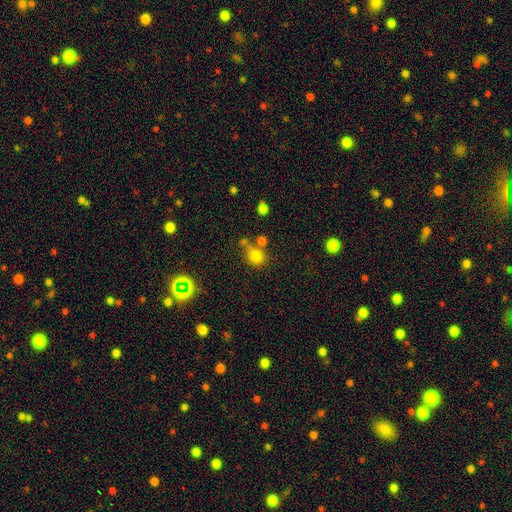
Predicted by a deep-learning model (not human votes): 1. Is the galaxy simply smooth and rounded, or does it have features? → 77% smooth, 16% star or artifact, 7% featured or disk.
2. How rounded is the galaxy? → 80% round, 19% in between, 1% cigar-shaped.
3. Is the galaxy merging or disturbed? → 60% none, 21% merger, 13% minor disturbance, 5% major disturbance.